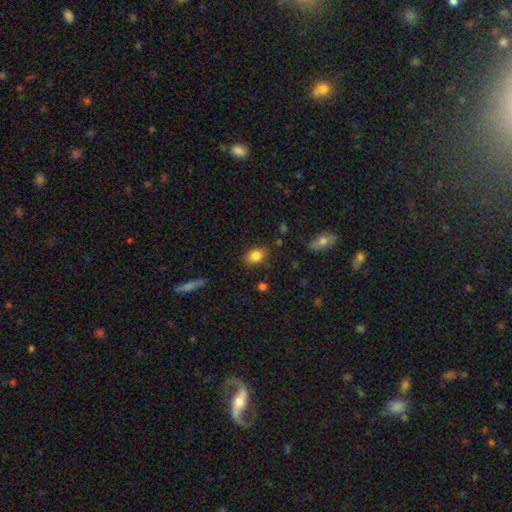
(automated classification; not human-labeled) Smooth or featured? smooth (85%)
How rounded? in between (69%)
Merging? none (82%)